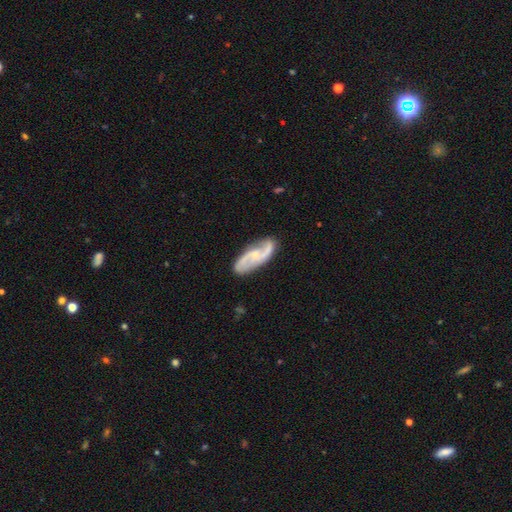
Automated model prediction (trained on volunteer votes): A featured or disk galaxy (82%) with no bar (52%), 2 (88%) loose (46%) spiral arms (95%) and a small central bulge (65%). Merging: none (76%).